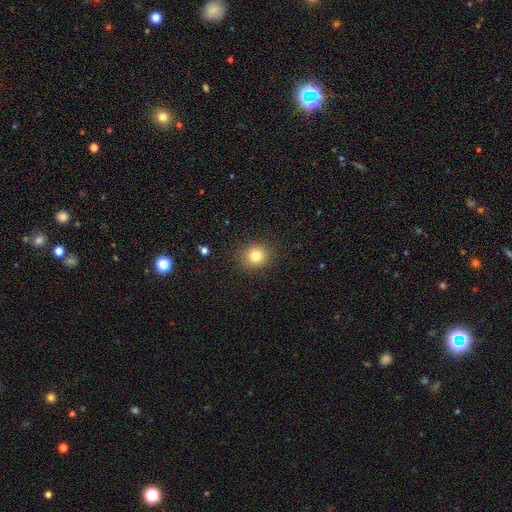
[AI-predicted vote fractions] Smooth or featured? Predicted: smooth (p=0.80). How rounded? Predicted: round (p=0.82). Merging? Predicted: none (p=0.88).